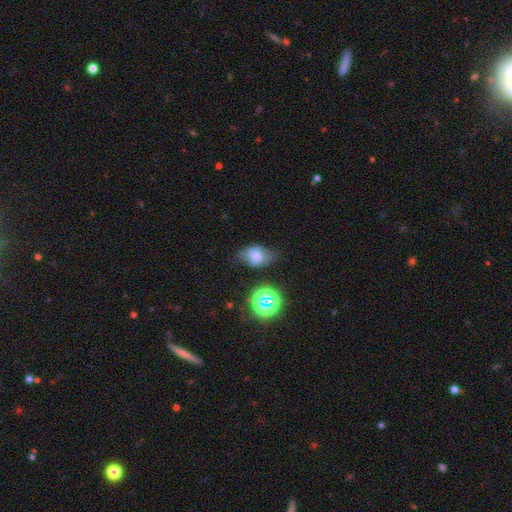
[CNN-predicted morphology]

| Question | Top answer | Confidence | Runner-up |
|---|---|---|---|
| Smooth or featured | smooth | 54% | featured or disk (27%) |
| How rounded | in between | 79% | round (18%) |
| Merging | none | 54% | minor disturbance (29%) |